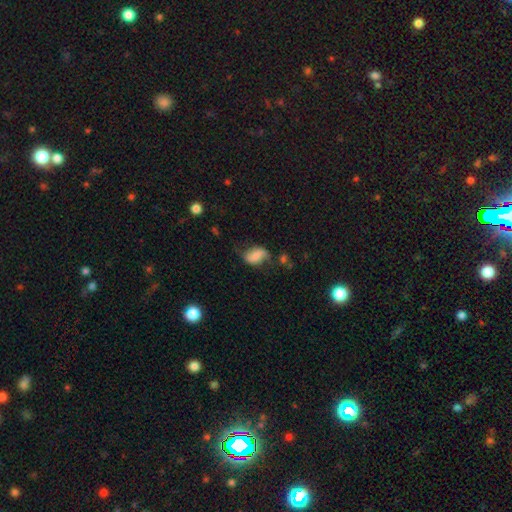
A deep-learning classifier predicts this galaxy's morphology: Smooth or featured: smooth — 60% (featured or disk — 31%)
How rounded: in between — 87% (round — 11%)
Merging: none — 48% (minor disturbance — 31%)